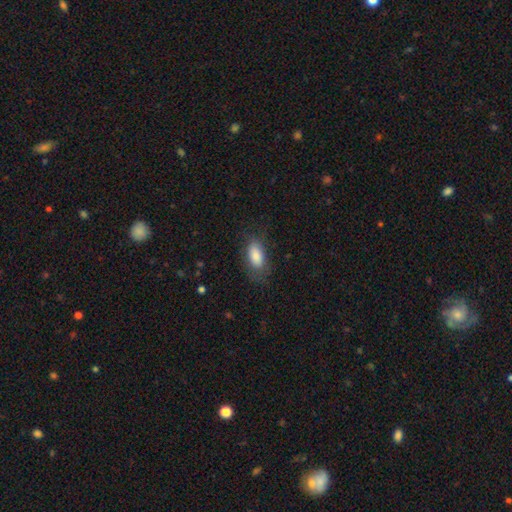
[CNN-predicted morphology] The model was most divided on "merging": none: 70%, minor disturbance: 20%, major disturbance: 9%, merger: 1%. More confident: how rounded — in between (89%); smooth or featured — smooth (82%).